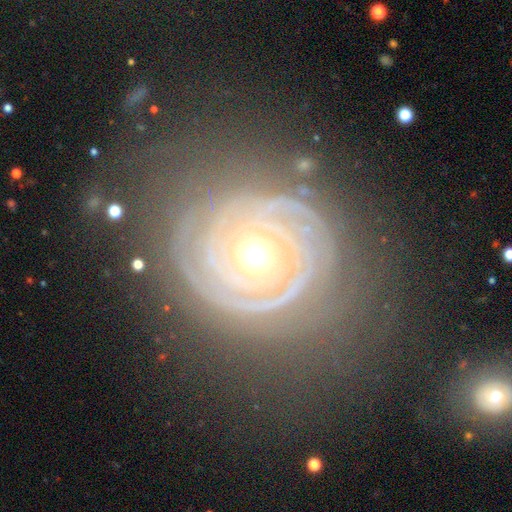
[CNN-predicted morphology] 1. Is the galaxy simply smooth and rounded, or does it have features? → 87% featured or disk, 7% smooth, 6% star or artifact.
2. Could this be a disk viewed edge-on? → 96% no, 4% yes.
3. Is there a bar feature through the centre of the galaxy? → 81% no, 12% weak, 7% strong.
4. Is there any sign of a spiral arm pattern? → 94% yes, 6% no.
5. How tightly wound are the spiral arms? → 84% tight, 12% medium, 4% loose.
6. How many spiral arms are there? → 29% 2, 22% can't tell, 18% 3, 11% 4, 10% more than 4, 9% 1.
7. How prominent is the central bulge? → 75% moderate, 13% small, 10% large, 1% dominant, 1% none.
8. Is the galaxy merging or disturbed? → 74% none, 16% minor disturbance, 8% major disturbance, 2% merger.